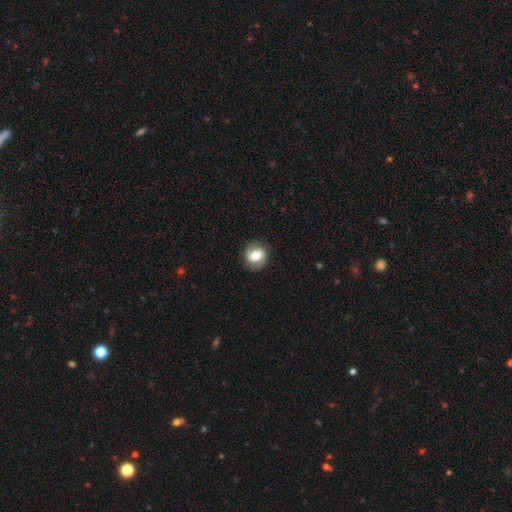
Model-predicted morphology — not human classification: Q: Smooth or featured?
A: smooth (64%); runner-up: featured or disk (28%)
Q: How rounded?
A: round (73%); runner-up: in between (26%)
Q: Merging?
A: none (86%); runner-up: minor disturbance (10%)